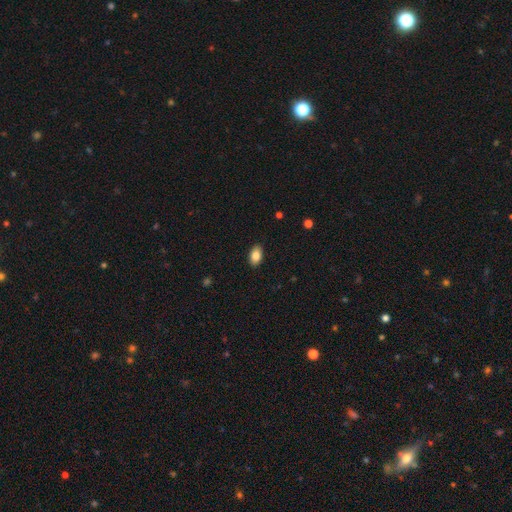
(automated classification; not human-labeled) smooth 85%, star or artifact 8%, featured or disk 7%. Down the decision tree: how rounded — in between (91%); merging — none (89%).